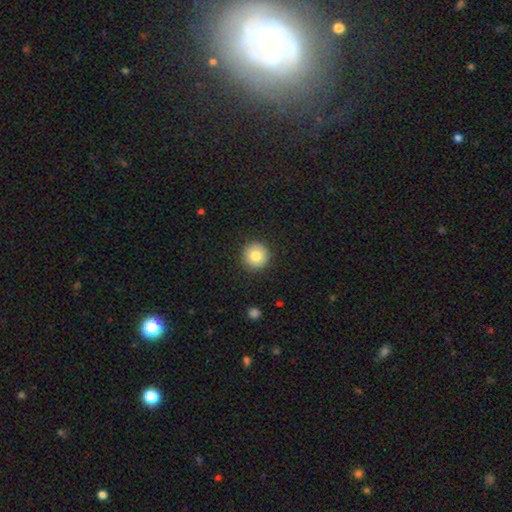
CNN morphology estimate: smooth_or_featured: smooth (p=0.80) [alt: featured or disk p=0.11]
how_rounded: round (p=0.95) [alt: in between p=0.04]
merging: none (p=0.91) [alt: minor disturbance p=0.06]